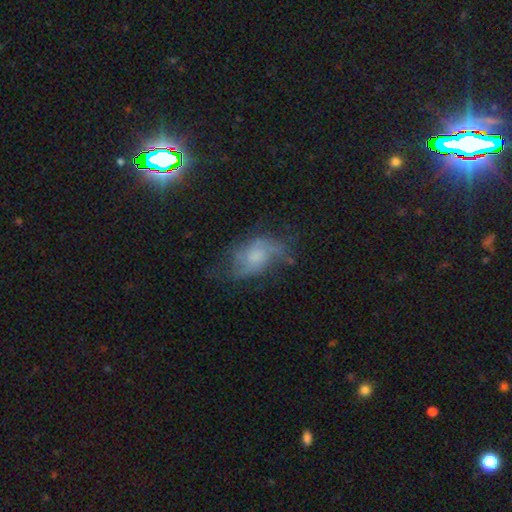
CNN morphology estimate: This is possibly a featured or disk galaxy (55%). It is clearly not viewed edge-on (95%). Bar: likely no (75%). Spiral arm pattern: likely yes (75%). Central bulge: marginally none (31%). Merging: possibly none (51%).